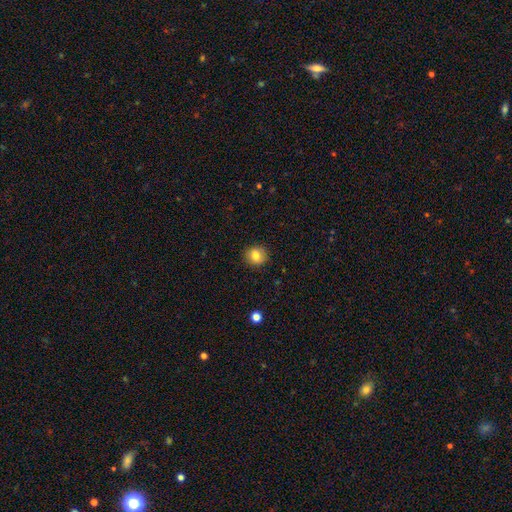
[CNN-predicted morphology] This appears to be a smooth galaxy with no disk features (82%) that is round (86%). Merging: none (89%).